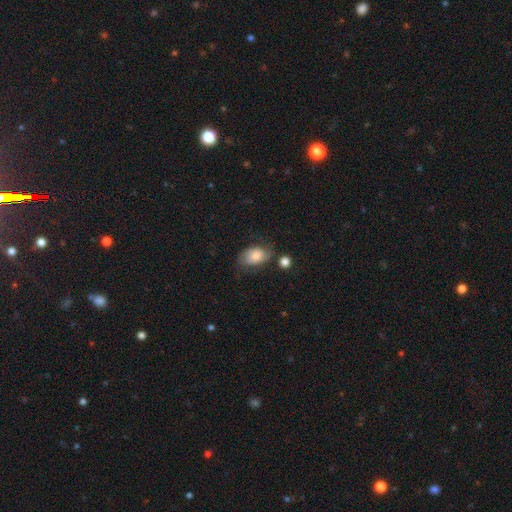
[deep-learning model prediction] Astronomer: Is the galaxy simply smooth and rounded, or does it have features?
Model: smooth — 64%.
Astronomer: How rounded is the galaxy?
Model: in between — 87%.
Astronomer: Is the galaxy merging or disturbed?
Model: none — 55%.